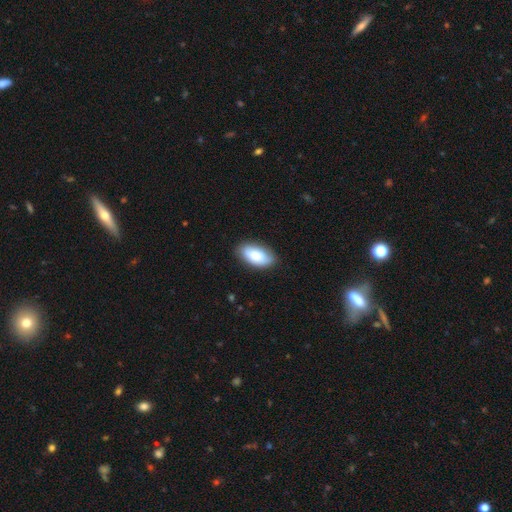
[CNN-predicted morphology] Overall: smooth (80%). How rounded: in between (94%). Merging: none (85%).